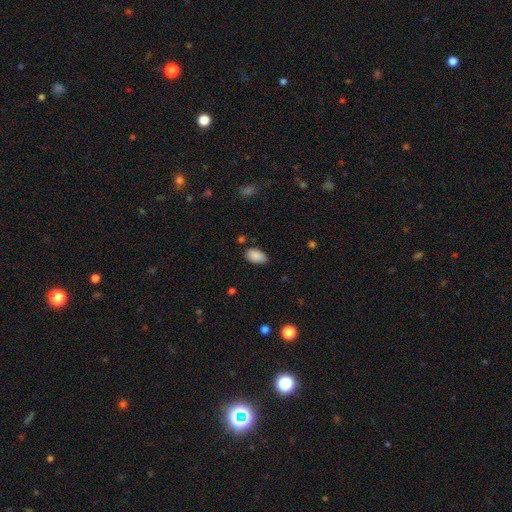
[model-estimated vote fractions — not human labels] A smooth galaxy with no disk features (88%) that is in between round and cigar-shaped (93%). Merging: none (79%).